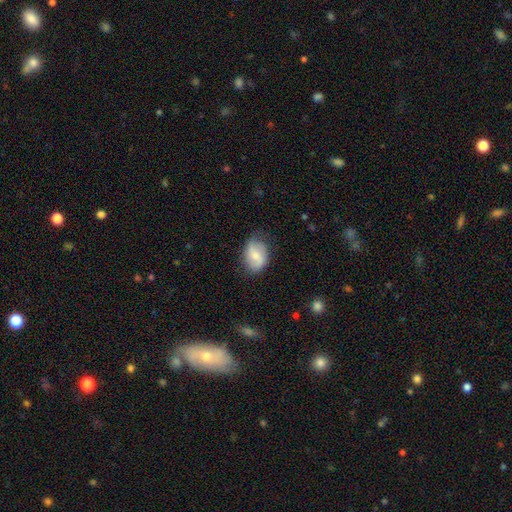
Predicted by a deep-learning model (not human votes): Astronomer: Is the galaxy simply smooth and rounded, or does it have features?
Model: smooth — 65%.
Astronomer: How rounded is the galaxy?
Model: in between — 74%.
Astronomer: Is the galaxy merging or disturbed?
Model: none — 72%.